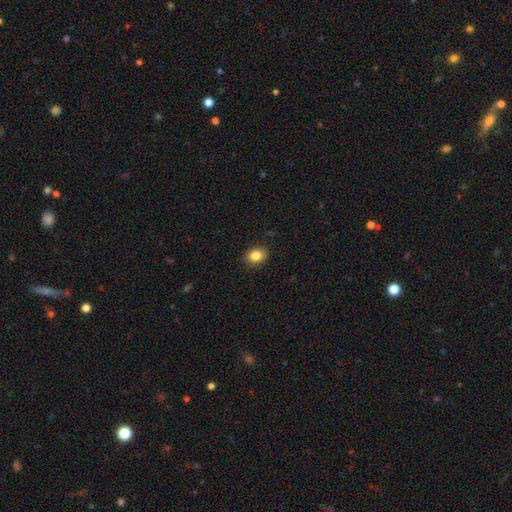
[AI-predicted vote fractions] Morphology: type=smooth (85%); roundness=in between (57%); merging=none (89%).